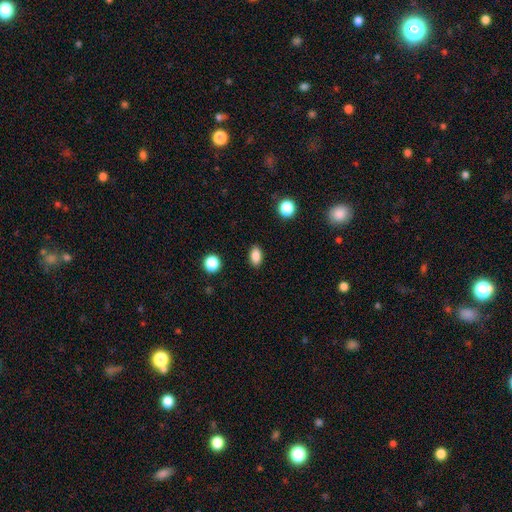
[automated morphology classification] Smooth or featured? Predicted: smooth (p=0.86). How rounded? Predicted: in between (p=0.86). Merging? Predicted: none (p=0.89).